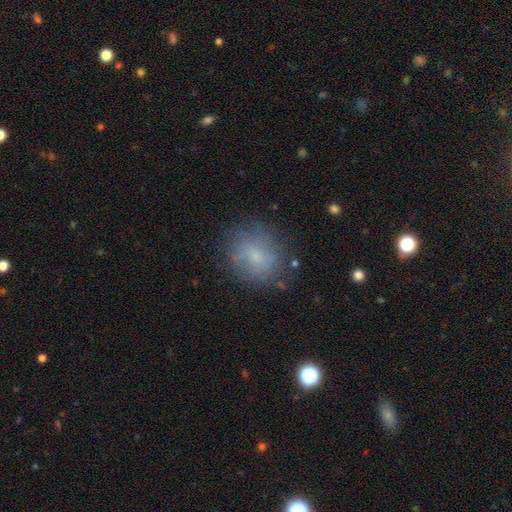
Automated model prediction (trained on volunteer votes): smooth 69%, featured or disk 18%, star or artifact 12%. Down the decision tree: how rounded — round (77%); merging — none (75%).